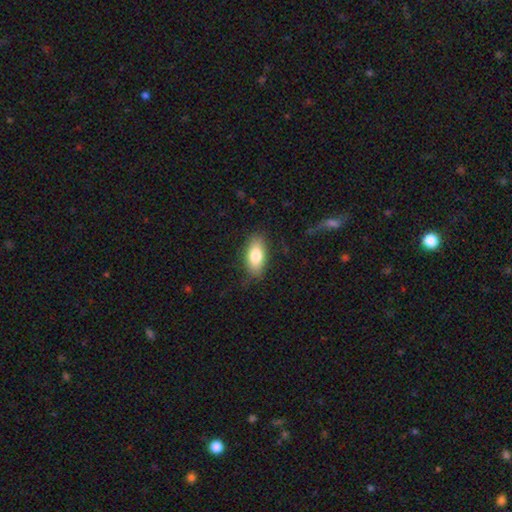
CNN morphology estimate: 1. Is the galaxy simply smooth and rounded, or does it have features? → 79% smooth, 14% featured or disk, 7% star or artifact.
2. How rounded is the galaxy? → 89% in between, 8% cigar-shaped, 4% round.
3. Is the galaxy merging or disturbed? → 82% none, 13% minor disturbance, 3% major disturbance, 1% merger.